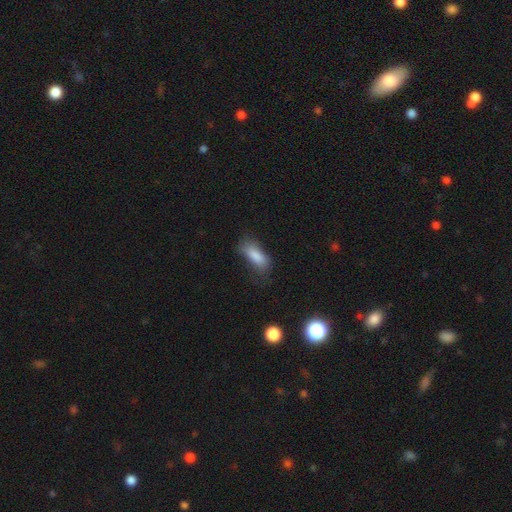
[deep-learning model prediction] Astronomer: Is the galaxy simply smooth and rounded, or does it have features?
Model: smooth — 82%.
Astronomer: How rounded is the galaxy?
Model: in between — 76%.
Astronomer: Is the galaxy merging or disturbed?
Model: none — 54% (runner-up: minor disturbance, 29%).